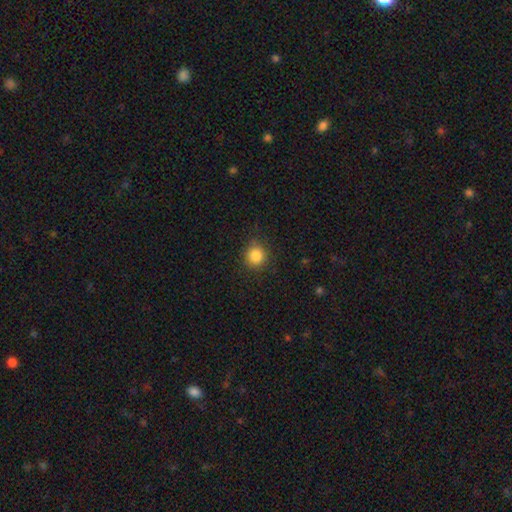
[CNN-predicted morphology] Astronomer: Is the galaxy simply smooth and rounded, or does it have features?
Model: smooth — 86%.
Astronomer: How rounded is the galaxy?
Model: round — 90%.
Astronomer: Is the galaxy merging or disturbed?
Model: none — 87%.